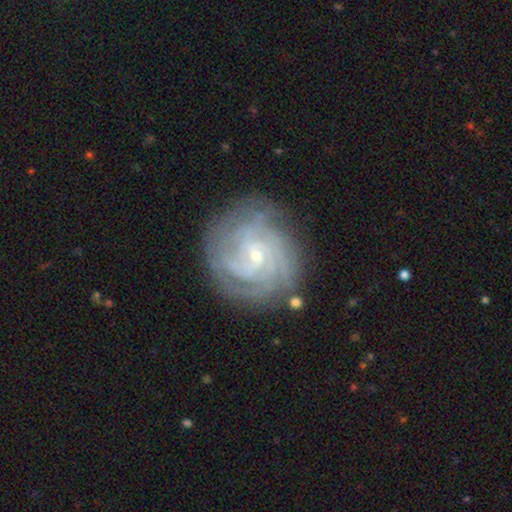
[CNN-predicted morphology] Smooth or featured?
  - featured or disk: 87% *
  - smooth: 7%
  - star or artifact: 6%
Edge-on disk?
  - no: 97% *
  - yes: 3%
Bar?
  - no: 49% *
  - weak: 42%
  - strong: 10%
Spiral arms?
  - yes: 97% *
  - no: 3%
Spiral winding?
  - tight: 77% *
  - medium: 20%
  - loose: 3%
Spiral arm count?
  - 4: 31% *
  - can't tell: 25%
  - 3: 18%
  - 2: 10%
  - more than 4: 10%
  - 1: 6%
Bulge size?
  - small: 78% *
  - moderate: 18%
  - none: 2%
  - large: 1%
  - dominant: 1%
Merging?
  - none: 79% *
  - minor disturbance: 14%
  - major disturbance: 5%
  - merger: 2%